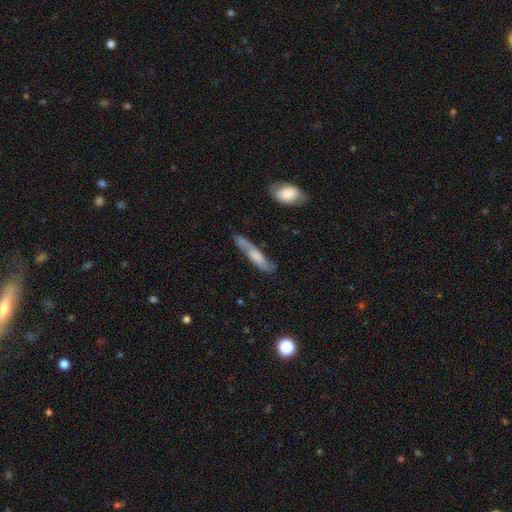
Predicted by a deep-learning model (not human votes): This appears to be a smooth galaxy with no disk features (48%). Merging: none (63%).